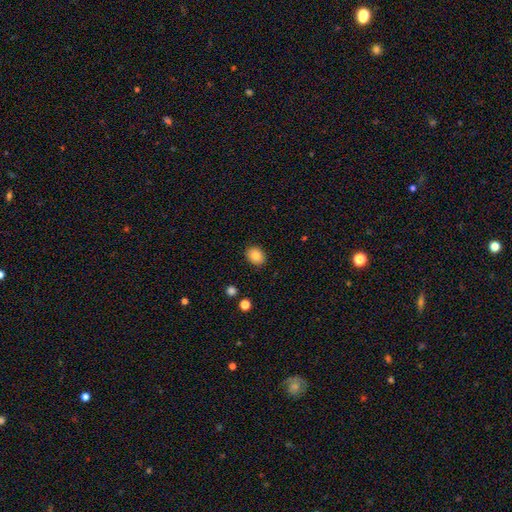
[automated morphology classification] Q: Smooth or featured?
A: smooth (84%); runner-up: star or artifact (9%)
Q: How rounded?
A: in between (53%); runner-up: round (47%)
Q: Merging?
A: none (89%); runner-up: minor disturbance (8%)